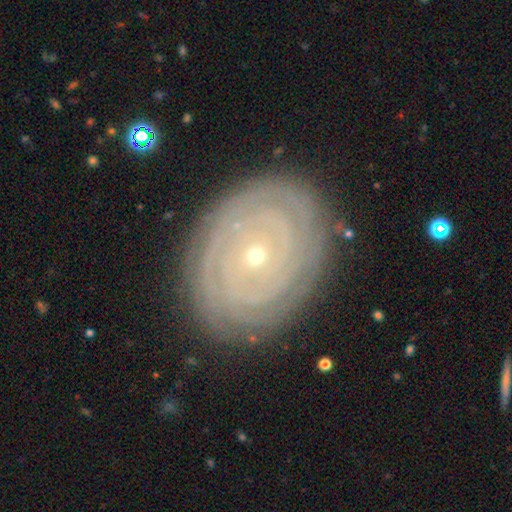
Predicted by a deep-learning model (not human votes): smooth-or-featured: featured or disk: 85% | smooth: 8% | star or artifact: 6%
  disk-edge-on: no: 96% | yes: 4%
    bar: no: 80% | weak: 13% | strong: 6%
    has-spiral-arms: yes: 94% | no: 6%
      spiral-winding: tight: 91% | medium: 7% | loose: 2%
      spiral-arm-count: can't tell: 31% | 2: 21% | 4: 15% | 3: 14% | more than 4: 12% | 1: 7%
    bulge-size: small: 80% | moderate: 17% | large: 1% | dominant: 1% | none: 1%
  merging: none: 85% | minor disturbance: 11% | major disturbance: 3% | merger: 1%